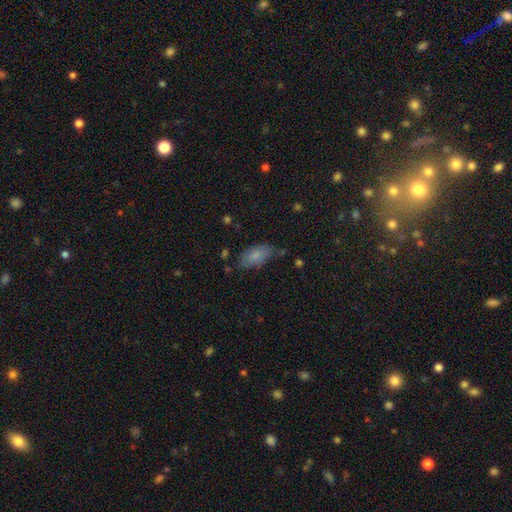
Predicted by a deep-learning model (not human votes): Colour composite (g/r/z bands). It shows a smooth galaxy with no disk features (82%) that is in between round and cigar-shaped (91%). Merging: none (64%).